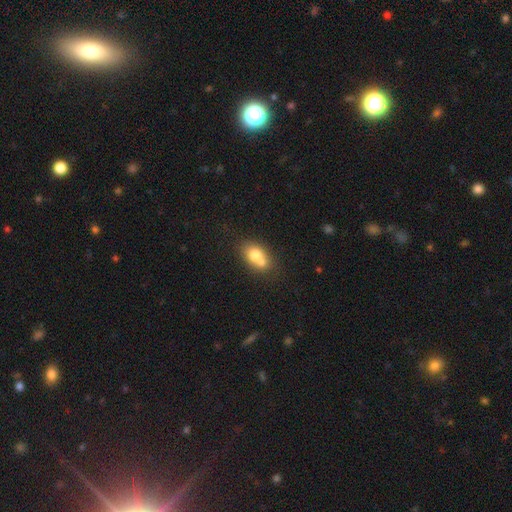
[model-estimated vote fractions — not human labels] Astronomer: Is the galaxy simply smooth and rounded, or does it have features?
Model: smooth — 70%.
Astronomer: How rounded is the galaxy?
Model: in between — 64%.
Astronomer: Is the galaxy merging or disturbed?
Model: merger — 50% (runner-up: none, 35%).